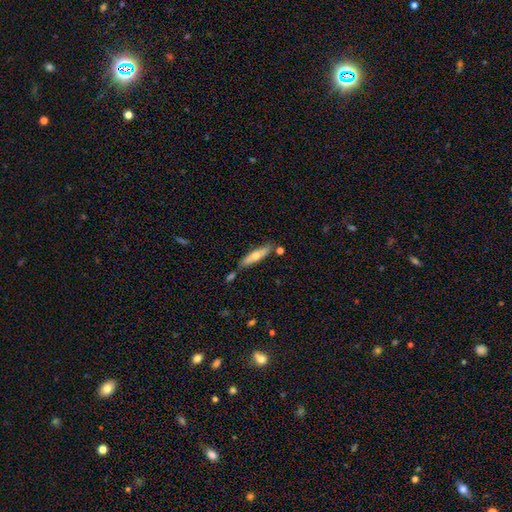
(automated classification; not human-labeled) smooth-or-featured: smooth: 56% | featured or disk: 38% | star or artifact: 6%
  how-rounded: cigar-shaped: 77% | in between: 22% | round: 2%
  merging: none: 73% | minor disturbance: 15% | merger: 9% | major disturbance: 3%